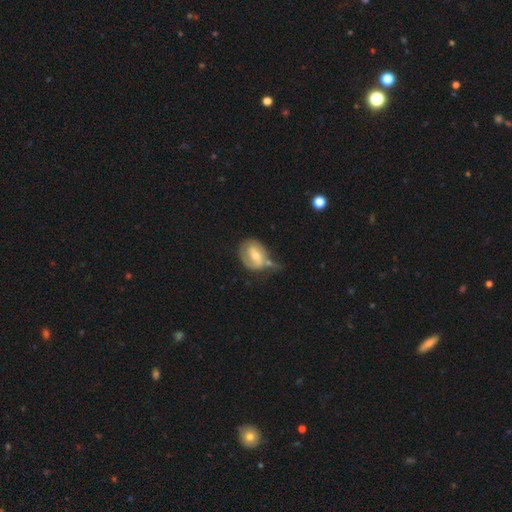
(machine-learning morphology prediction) Q: Smooth or featured?
A: featured or disk (51%); runner-up: smooth (42%)
Q: Edge-on disk?
A: no (95%); runner-up: yes (5%)
Q: Merging?
A: none (37%); runner-up: minor disturbance (28%)